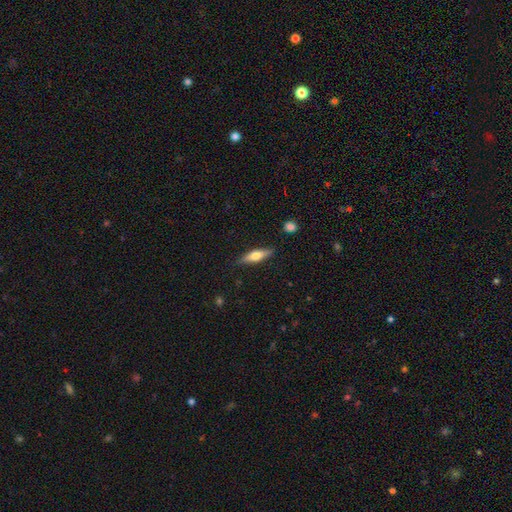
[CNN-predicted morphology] This is possibly a smooth galaxy (50%). How rounded: likely cigar-shaped (66%). Merging: clearly none (86%).